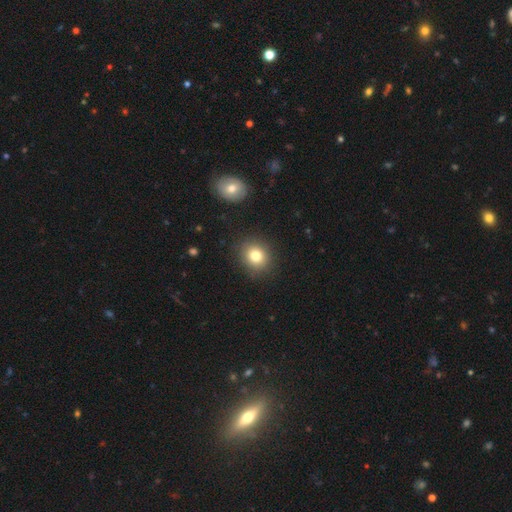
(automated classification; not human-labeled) smooth_or_featured: smooth (p=0.80) [alt: star or artifact p=0.11]
how_rounded: round (p=0.77) [alt: in between p=0.23]
merging: none (p=0.88) [alt: minor disturbance p=0.08]